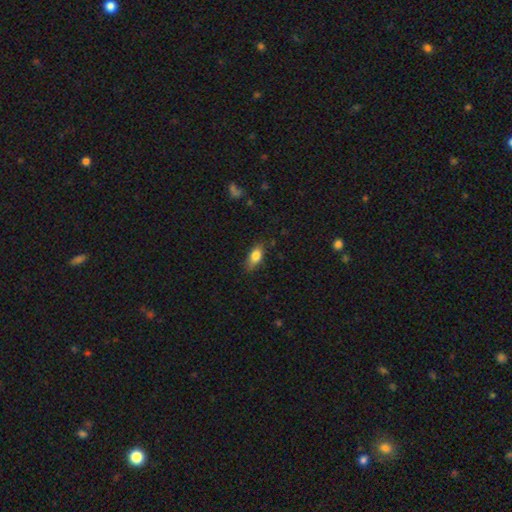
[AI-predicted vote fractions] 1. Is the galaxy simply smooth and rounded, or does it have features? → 78% smooth, 14% featured or disk, 8% star or artifact.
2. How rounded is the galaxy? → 80% in between, 14% cigar-shaped, 6% round.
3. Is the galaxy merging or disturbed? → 75% none, 20% minor disturbance, 4% major disturbance, 1% merger.